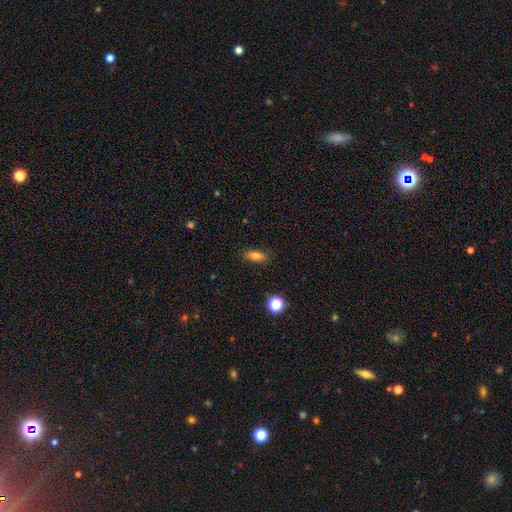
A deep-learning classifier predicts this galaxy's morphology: A smooth galaxy with no disk features (80%) that is in between round and cigar-shaped (77%).

Vote fractions:
- Smooth or featured? smooth: 80% / star or artifact: 11% / featured or disk: 9%
- How rounded? in between: 77% / cigar-shaped: 18% / round: 5%
- Merging? none: 87% / minor disturbance: 9% / major disturbance: 2% / merger: 1%